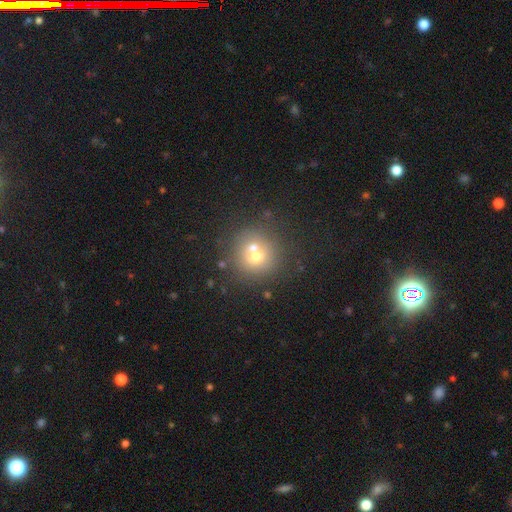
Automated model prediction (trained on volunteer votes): smooth 63%, featured or disk 23%, star or artifact 14%. Down the decision tree: how rounded — round (90%); merging — none (47%).